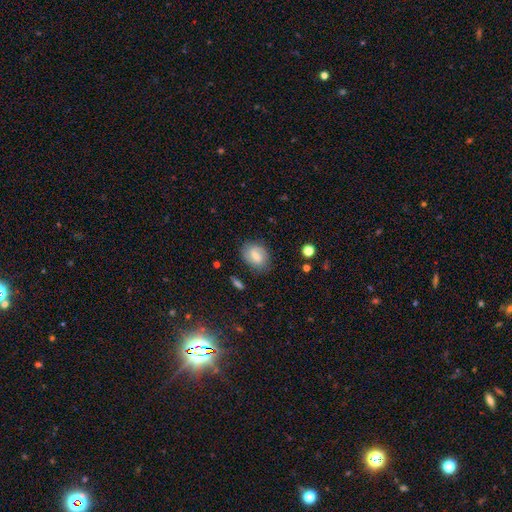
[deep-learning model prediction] smooth_or_featured: smooth (p=0.55) [alt: featured or disk p=0.36]
how_rounded: in between (p=0.60) [alt: round p=0.38]
merging: none (p=0.74) [alt: minor disturbance p=0.18]